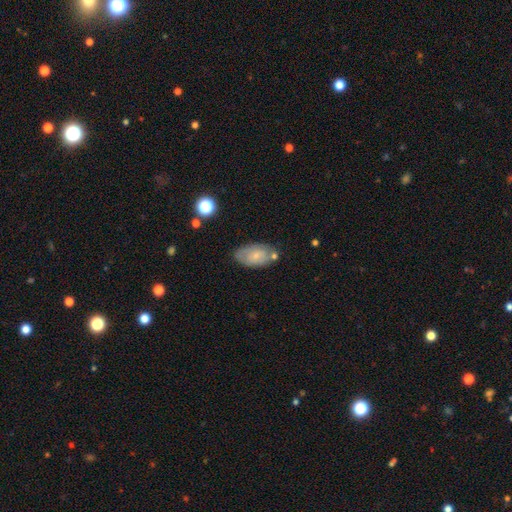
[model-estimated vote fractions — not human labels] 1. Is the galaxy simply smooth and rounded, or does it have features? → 63% smooth, 29% featured or disk, 7% star or artifact.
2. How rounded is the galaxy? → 92% in between, 5% round, 2% cigar-shaped.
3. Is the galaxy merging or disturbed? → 63% none, 23% minor disturbance, 9% merger, 6% major disturbance.